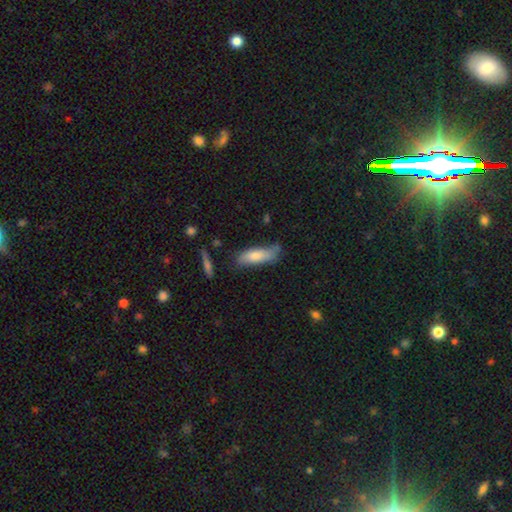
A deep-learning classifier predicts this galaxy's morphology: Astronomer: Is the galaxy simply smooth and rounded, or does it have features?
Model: smooth — 72%.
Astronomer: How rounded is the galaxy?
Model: in between — 51% (runner-up: cigar-shaped, 47%).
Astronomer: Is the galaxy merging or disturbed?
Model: none — 59%.